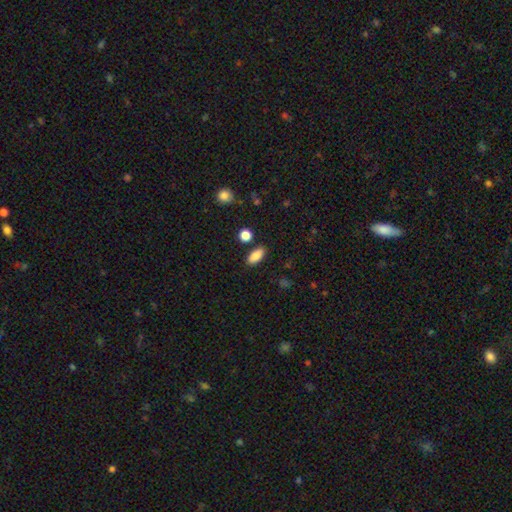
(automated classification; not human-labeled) This is clearly a smooth galaxy (87%). How rounded: clearly in between (85%). Merging: clearly none (86%).